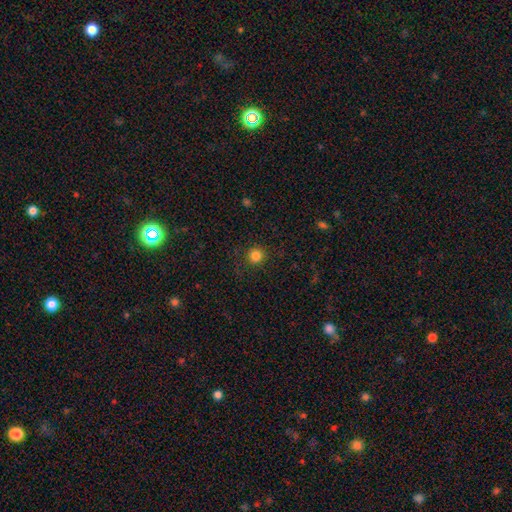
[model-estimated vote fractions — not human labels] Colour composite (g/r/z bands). It shows a smooth galaxy with no disk features (83%) that is round (94%). Merging: none (89%).